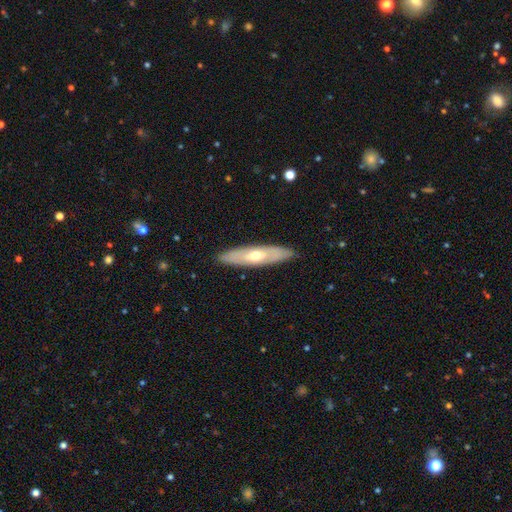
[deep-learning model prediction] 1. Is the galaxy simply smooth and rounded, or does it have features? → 54% featured or disk, 41% smooth, 6% star or artifact.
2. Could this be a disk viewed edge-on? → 52% yes, 48% no.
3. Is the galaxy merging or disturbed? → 87% none, 10% minor disturbance, 2% major disturbance, 1% merger.